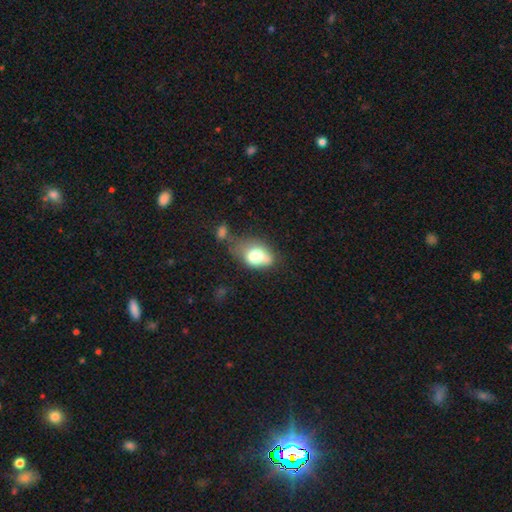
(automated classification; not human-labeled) A smooth galaxy with no disk features (72%) that is in between round and cigar-shaped (79%).

Vote fractions:
- Smooth or featured? smooth: 72% / featured or disk: 19% / star or artifact: 9%
- How rounded? in between: 79% / round: 20% / cigar-shaped: 2%
- Merging? none: 31% / minor disturbance: 30% / major disturbance: 20% / merger: 18%